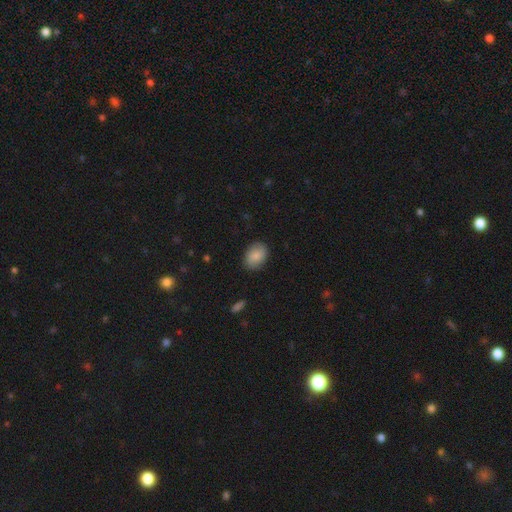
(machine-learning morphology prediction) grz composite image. It shows a smooth galaxy with no disk features (86%) that is in between round and cigar-shaped (77%). Merging: none (85%).